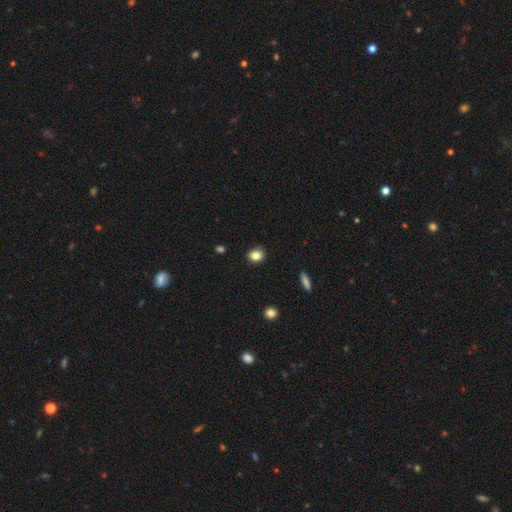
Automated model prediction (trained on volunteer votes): Morphology: type=smooth (83%); roundness=round (59%); merging=none (87%).